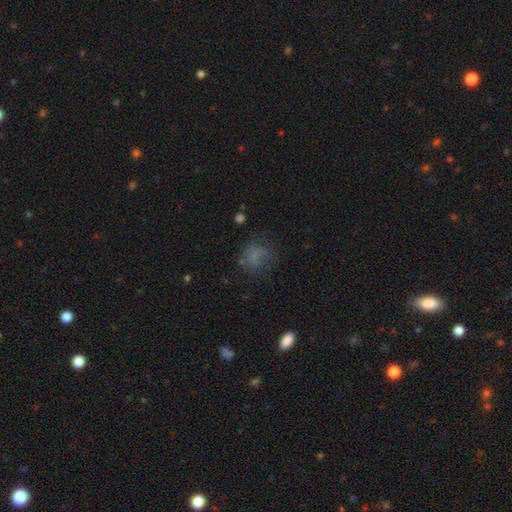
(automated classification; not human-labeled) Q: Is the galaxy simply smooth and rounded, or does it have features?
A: smooth — 57%.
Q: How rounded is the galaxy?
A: round — 61%.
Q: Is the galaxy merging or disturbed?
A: none — 53%.